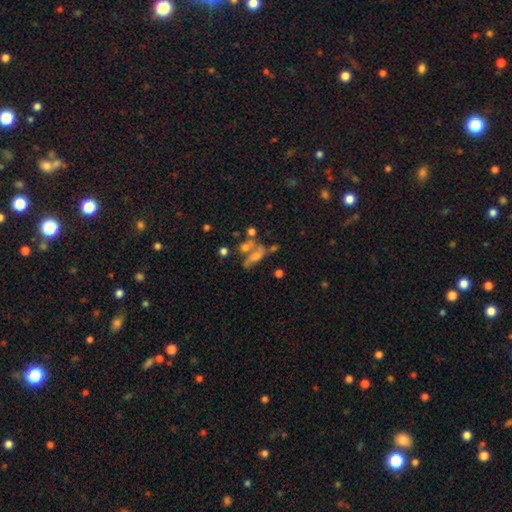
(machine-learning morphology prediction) A featured or disk galaxy (47%).

Vote fractions:
- Smooth or featured? featured or disk: 47% / smooth: 27% / star or artifact: 25%
- Merging? none: 41% / merger: 31% / major disturbance: 15% / minor disturbance: 14%